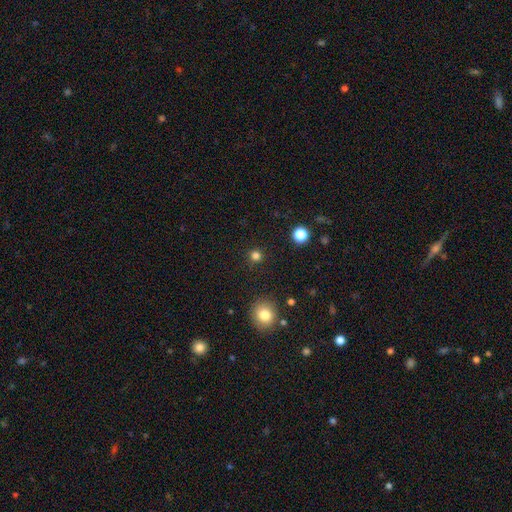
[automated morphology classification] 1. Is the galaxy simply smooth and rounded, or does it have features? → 79% smooth, 17% star or artifact, 4% featured or disk.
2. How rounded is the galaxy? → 94% round, 5% in between, 1% cigar-shaped.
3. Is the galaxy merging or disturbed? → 90% none, 6% minor disturbance, 2% major disturbance, 2% merger.